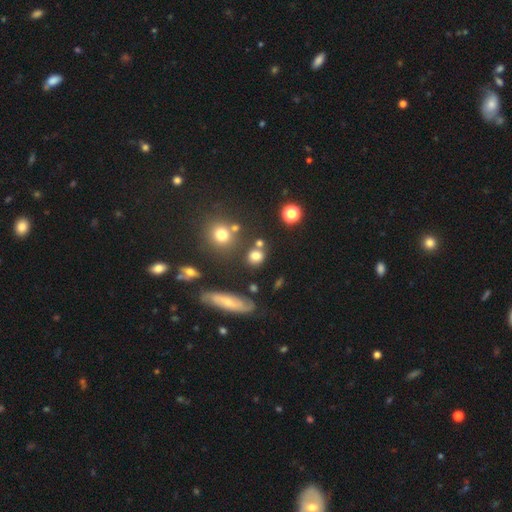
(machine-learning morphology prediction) smooth_or_featured: smooth (p=0.72) [alt: star or artifact p=0.15]
how_rounded: round (p=0.70) [alt: in between p=0.27]
merging: none (p=0.65) [alt: merger p=0.16]